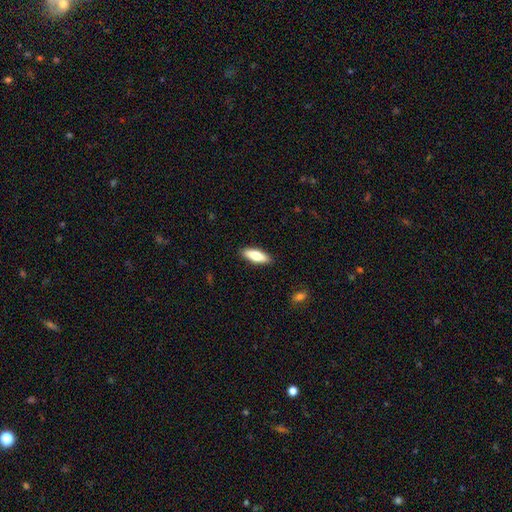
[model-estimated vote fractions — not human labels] Smooth or featured?
  - smooth: 72% *
  - featured or disk: 22%
  - star or artifact: 6%
How rounded?
  - in between: 60% *
  - cigar-shaped: 38%
  - round: 2%
Merging?
  - none: 89% *
  - minor disturbance: 8%
  - major disturbance: 2%
  - merger: 1%